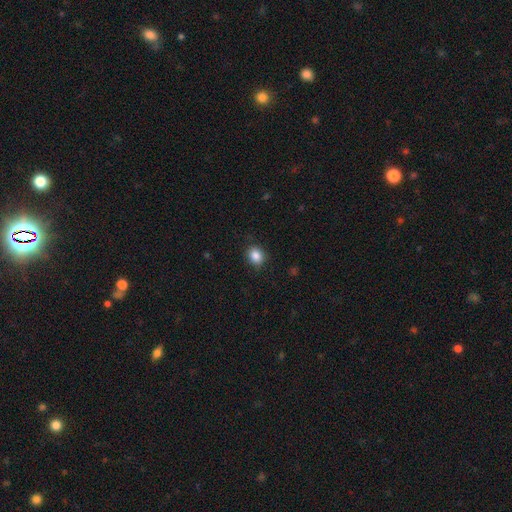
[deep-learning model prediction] smooth-or-featured: smooth: 86% | star or artifact: 10% | featured or disk: 4%
  how-rounded: round: 67% | in between: 32% | cigar-shaped: 1%
  merging: none: 87% | minor disturbance: 9% | major disturbance: 2% | merger: 1%